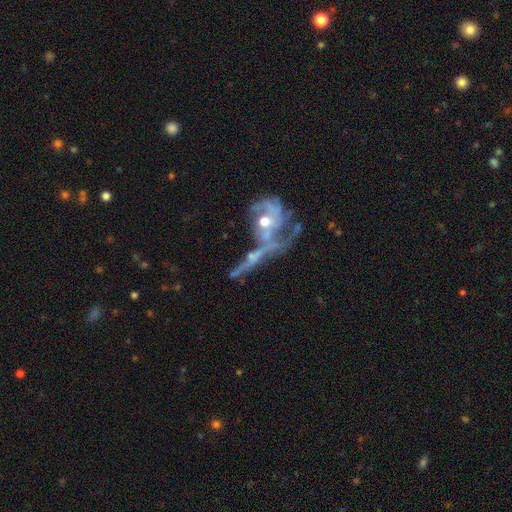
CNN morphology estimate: Q: Smooth or featured?
A: featured or disk (80%); runner-up: smooth (12%)
Q: Edge-on disk?
A: no (76%); runner-up: yes (24%)
Q: Bar?
A: no (64%); runner-up: weak (26%)
Q: Spiral arms?
A: yes (78%); runner-up: no (22%)
Q: Bulge size?
A: moderate (54%); runner-up: small (37%)
Q: Merging?
A: merger (53%); runner-up: none (22%)